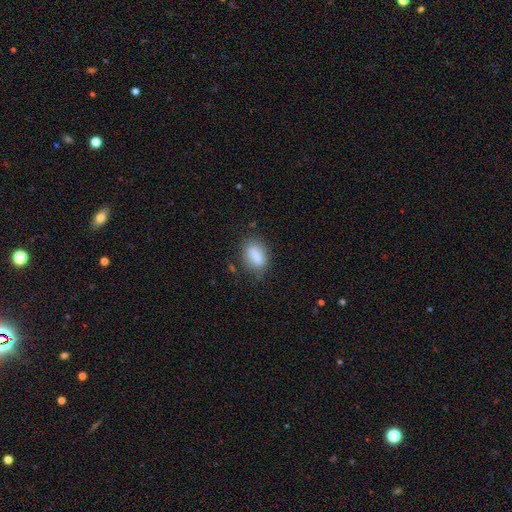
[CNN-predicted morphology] This appears to be a smooth galaxy with no disk features (84%) that is in between round and cigar-shaped (85%). Merging: none (68%).